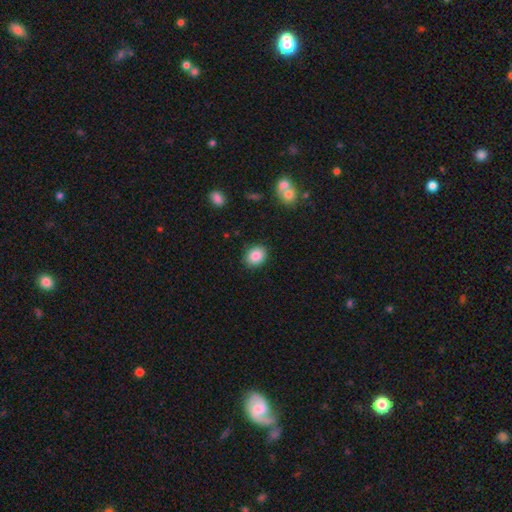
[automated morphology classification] smooth_or_featured: smooth (p=0.87) [alt: star or artifact p=0.08]
how_rounded: in between (p=0.53) [alt: round p=0.46]
merging: none (p=0.88) [alt: minor disturbance p=0.09]